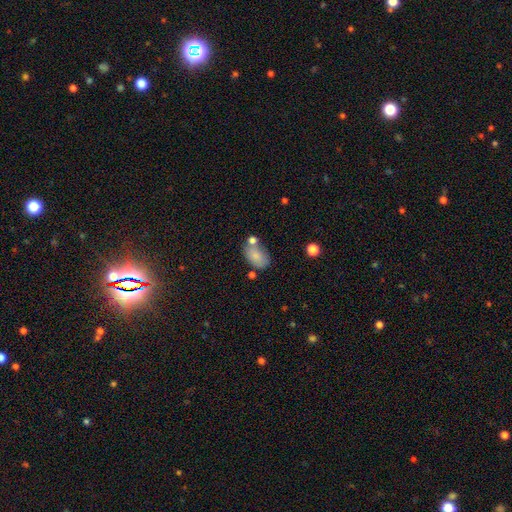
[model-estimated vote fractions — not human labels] smooth_or_featured: smooth (p=0.81) [alt: featured or disk p=0.11]
how_rounded: in between (p=0.88) [alt: round p=0.10]
merging: none (p=0.54) [alt: minor disturbance p=0.20]